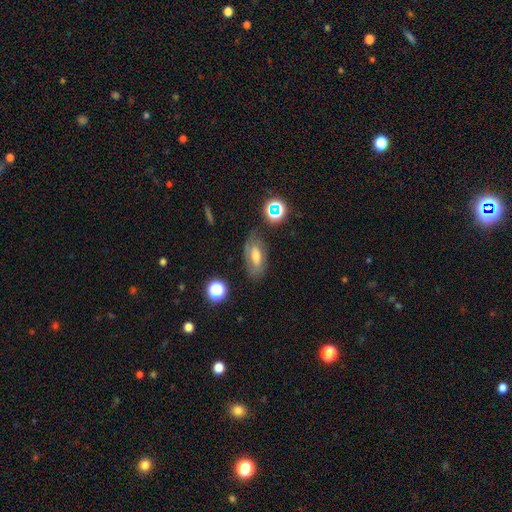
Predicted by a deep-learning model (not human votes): smooth_or_featured: featured or disk (p=0.46) [alt: smooth p=0.38]
merging: none (p=0.68) [alt: minor disturbance p=0.20]